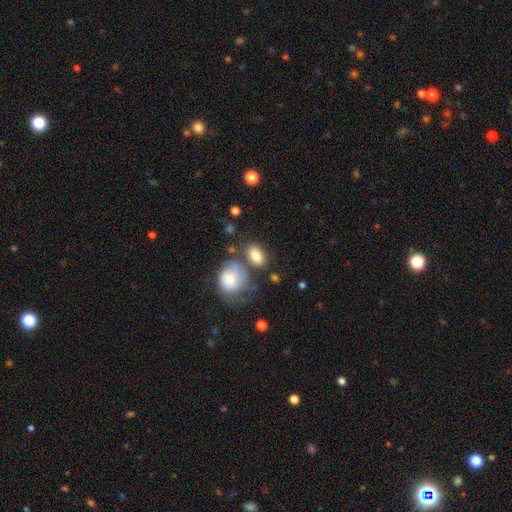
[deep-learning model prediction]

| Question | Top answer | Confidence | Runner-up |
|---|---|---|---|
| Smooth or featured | smooth | 82% | featured or disk (10%) |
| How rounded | in between | 83% | round (15%) |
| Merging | none | 60% | minor disturbance (17%) |